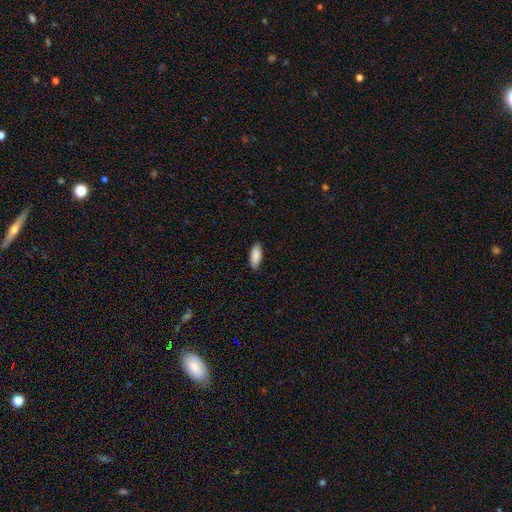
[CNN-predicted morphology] Overall: smooth (90%). How rounded: in between (83%). Merging: none (88%).